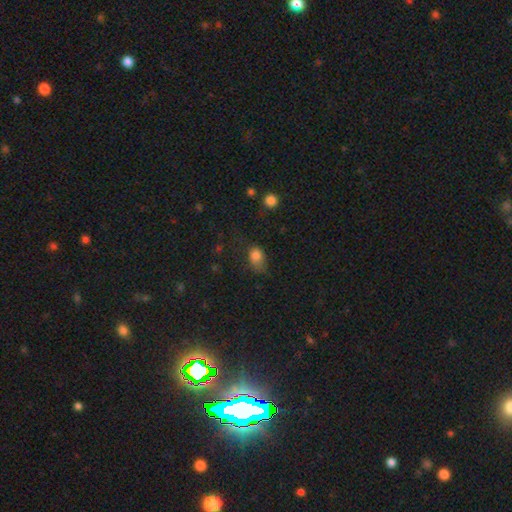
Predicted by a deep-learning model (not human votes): smooth-or-featured: smooth: 82% | star or artifact: 11% | featured or disk: 7%
  how-rounded: in between: 70% | round: 29% | cigar-shaped: 2%
  merging: none: 40% | minor disturbance: 35% | major disturbance: 22% | merger: 2%